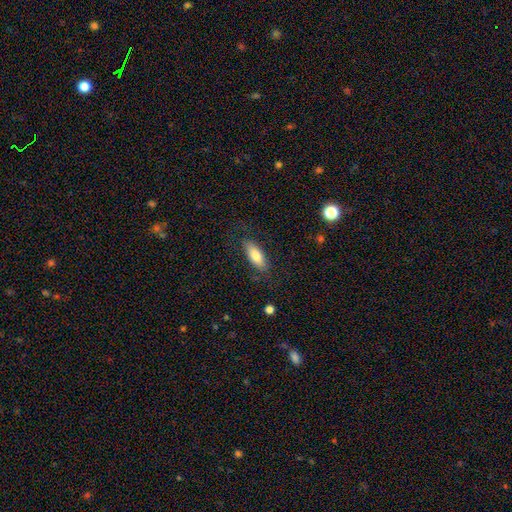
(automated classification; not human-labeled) Morphology: type=smooth (78%); roundness=in between (72%); merging=none (78%).